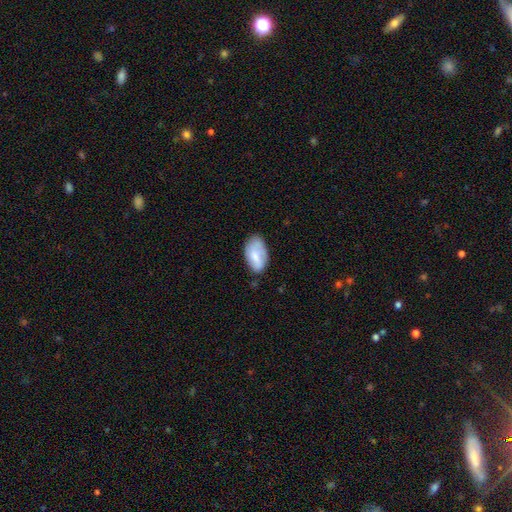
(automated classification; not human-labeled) A smooth galaxy with no disk features (71%) that is in between round and cigar-shaped (94%).

Vote fractions:
- Smooth or featured? smooth: 71% / featured or disk: 23% / star or artifact: 7%
- How rounded? in between: 94% / round: 4% / cigar-shaped: 2%
- Merging? none: 63% / minor disturbance: 28% / major disturbance: 7% / merger: 2%